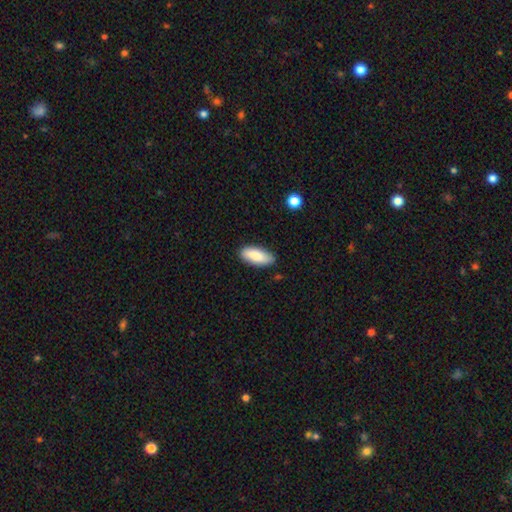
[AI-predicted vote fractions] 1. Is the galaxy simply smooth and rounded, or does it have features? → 85% smooth, 9% featured or disk, 6% star or artifact.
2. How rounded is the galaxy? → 81% in between, 17% cigar-shaped, 2% round.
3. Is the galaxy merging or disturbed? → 83% none, 13% minor disturbance, 2% major disturbance, 1% merger.